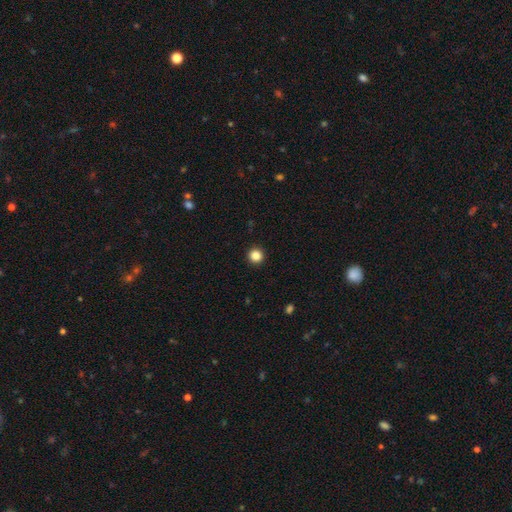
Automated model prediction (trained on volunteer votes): Smooth or featured? smooth (85%)
How rounded? round (96%)
Merging? none (94%)